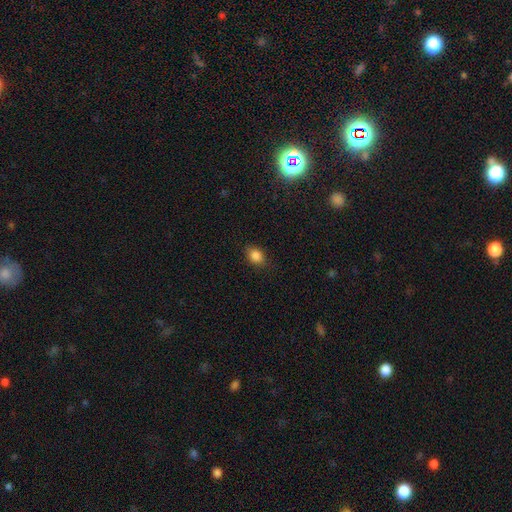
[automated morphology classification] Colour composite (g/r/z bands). It shows a smooth galaxy with no disk features (84%) that is in between round and cigar-shaped (56%). Merging: none (81%).